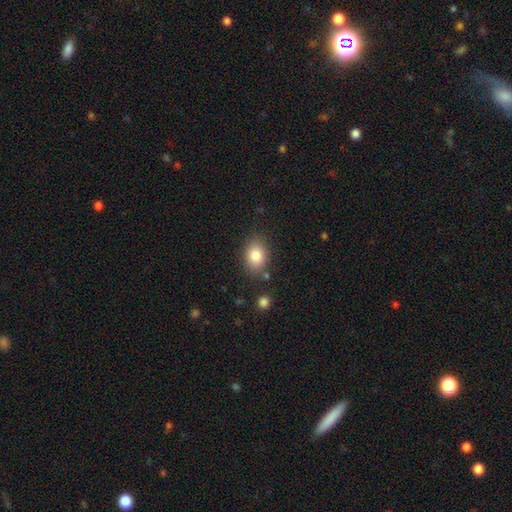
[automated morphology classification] A smooth galaxy with no disk features (83%) that is in between round and cigar-shaped (66%). Merging: none (80%).